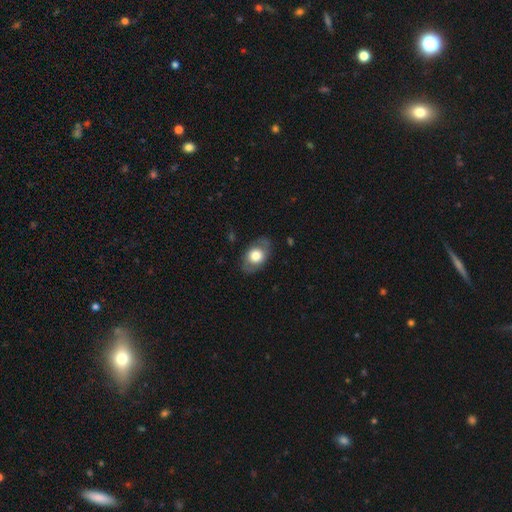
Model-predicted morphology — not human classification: The model was most divided on "smooth or featured": smooth: 63%, featured or disk: 31%, star or artifact: 6%. More confident: how rounded — in between (79%); merging — none (79%).